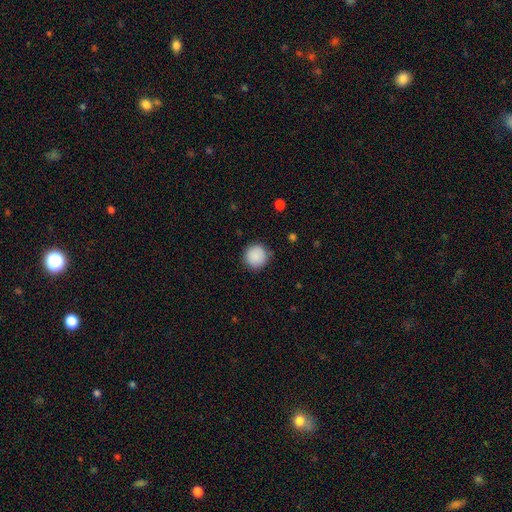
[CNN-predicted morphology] smooth-or-featured: smooth: 89% | star or artifact: 8% | featured or disk: 3%
  how-rounded: round: 95% | in between: 4% | cigar-shaped: 1%
  merging: none: 88% | minor disturbance: 9% | major disturbance: 2% | merger: 1%